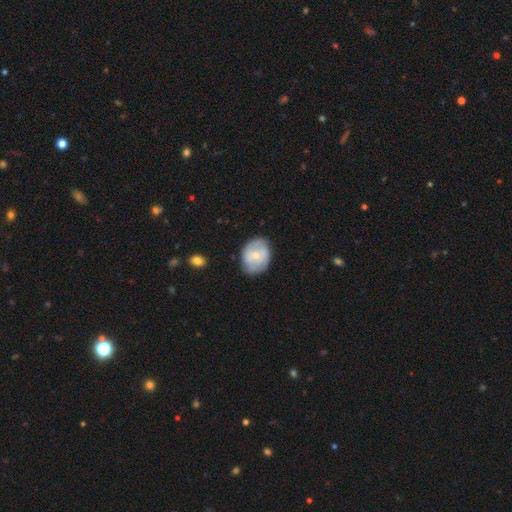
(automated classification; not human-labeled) A smooth galaxy with no disk features (54%) that is in between round and cigar-shaped (56%).

Vote fractions:
- Smooth or featured? smooth: 54% / featured or disk: 40% / star or artifact: 7%
- How rounded? in between: 56% / round: 43% / cigar-shaped: 1%
- Merging? none: 71% / minor disturbance: 22% / major disturbance: 5% / merger: 2%